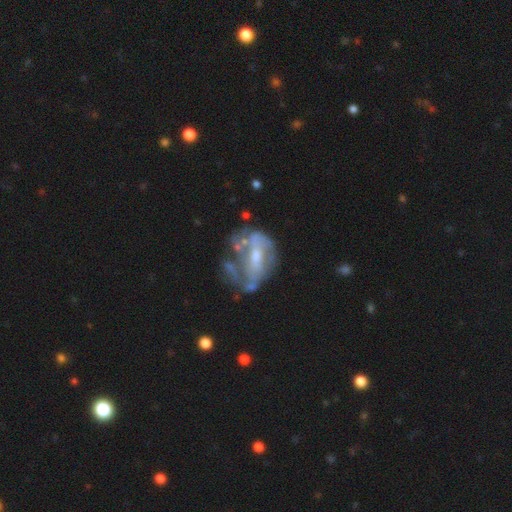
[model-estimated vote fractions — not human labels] Q: Smooth or featured?
A: featured or disk (72%); runner-up: smooth (18%)
Q: Edge-on disk?
A: no (96%); runner-up: yes (4%)
Q: Bar?
A: no (46%); runner-up: weak (36%)
Q: Spiral arms?
A: no (61%); runner-up: yes (39%)
Q: Bulge size?
A: moderate (46%); runner-up: small (38%)
Q: Merging?
A: none (39%); runner-up: major disturbance (28%)